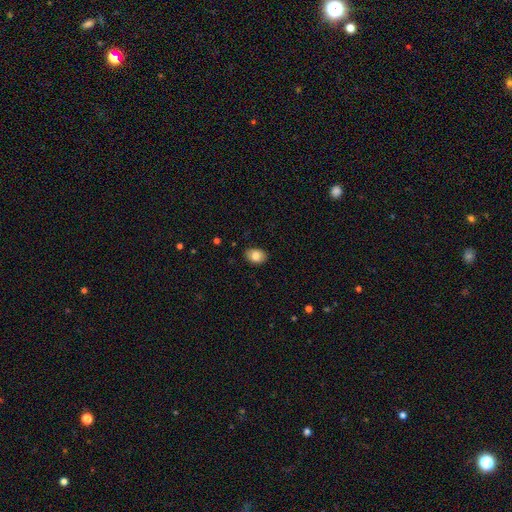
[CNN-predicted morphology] Smooth or featured? smooth (84%)
How rounded? in between (76%)
Merging? none (86%)